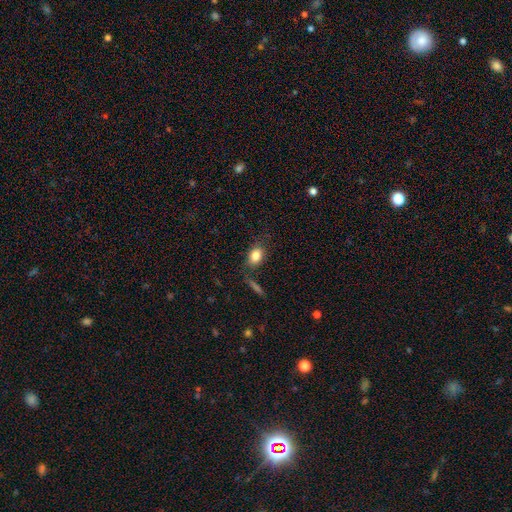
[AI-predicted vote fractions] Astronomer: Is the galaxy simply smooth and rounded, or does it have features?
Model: smooth — 83%.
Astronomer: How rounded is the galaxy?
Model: in between — 71%.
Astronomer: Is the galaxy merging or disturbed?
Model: none — 75%.